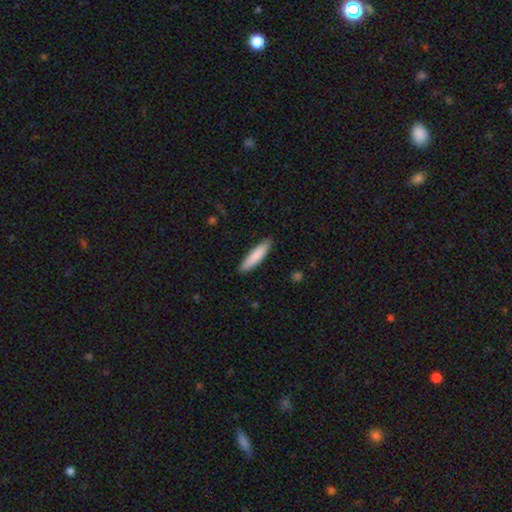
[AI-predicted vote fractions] Smooth or featured: smooth — 84% (featured or disk — 11%)
How rounded: cigar-shaped — 79% (in between — 19%)
Merging: none — 89% (minor disturbance — 8%)